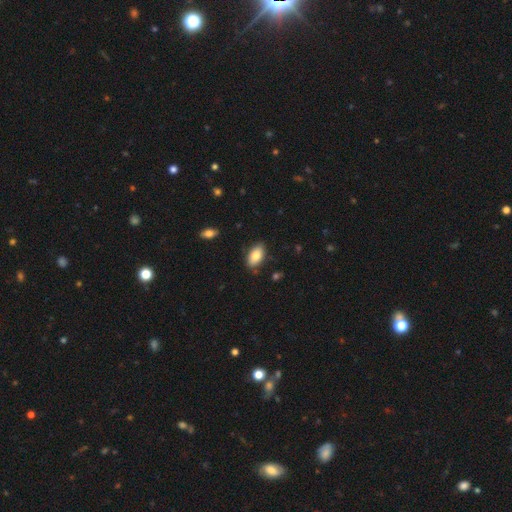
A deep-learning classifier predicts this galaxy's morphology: type=smooth (83%); roundness=in between (94%); merging=none (82%).